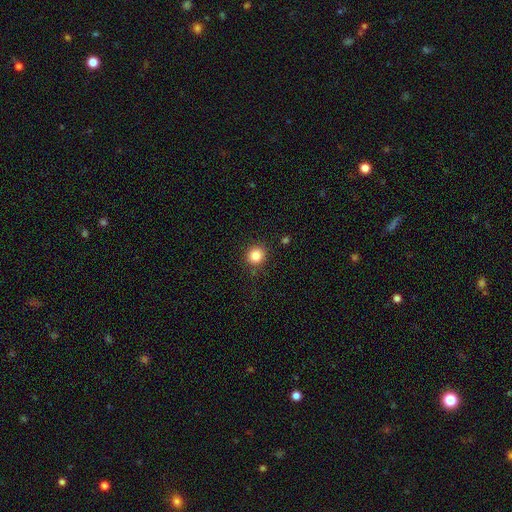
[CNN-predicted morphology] Smooth or featured? Predicted: smooth (p=0.84). How rounded? Predicted: round (p=0.89). Merging? Predicted: none (p=0.87).